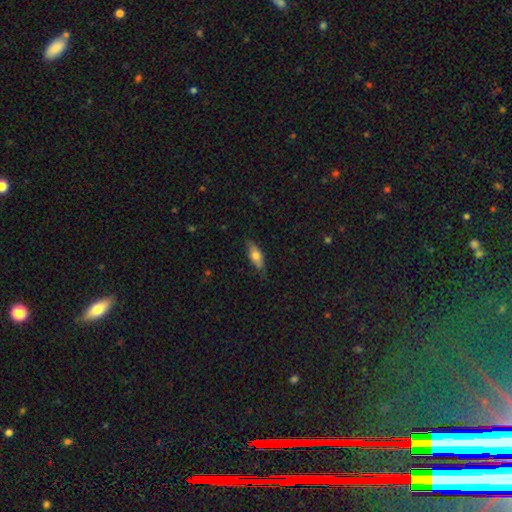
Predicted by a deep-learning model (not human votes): A smooth galaxy with no disk features (66%) that is in between round and cigar-shaped (68%).

Vote fractions:
- Smooth or featured? smooth: 66% / featured or disk: 28% / star or artifact: 7%
- How rounded? in between: 68% / cigar-shaped: 29% / round: 3%
- Merging? none: 74% / minor disturbance: 21% / major disturbance: 4% / merger: 1%